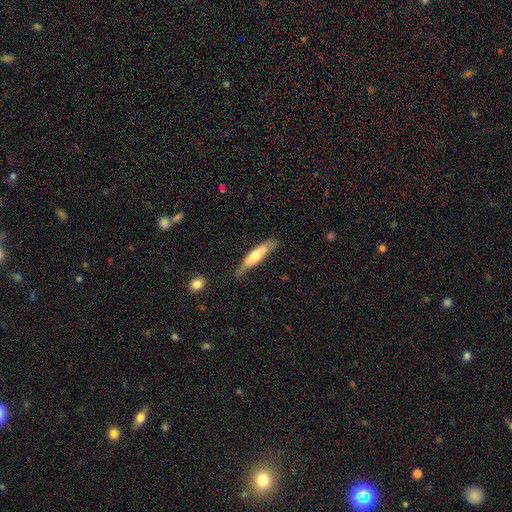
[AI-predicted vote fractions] smooth_or_featured: smooth (p=0.56) [alt: featured or disk p=0.39]
how_rounded: cigar-shaped (p=0.71) [alt: in between p=0.27]
merging: none (p=0.57) [alt: minor disturbance p=0.31]